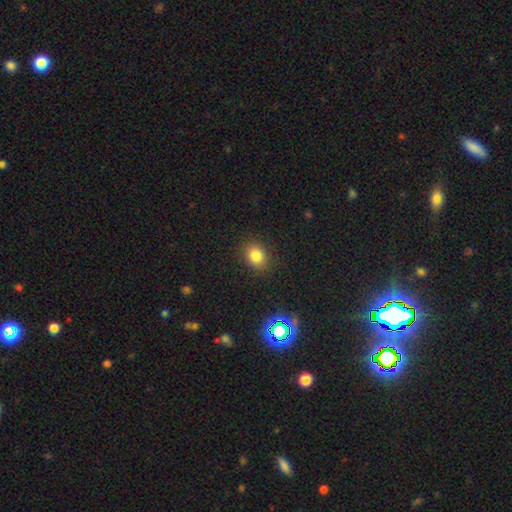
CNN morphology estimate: Overall: smooth (81%). How rounded: round (57%; in between 42%). Merging: none (87%).